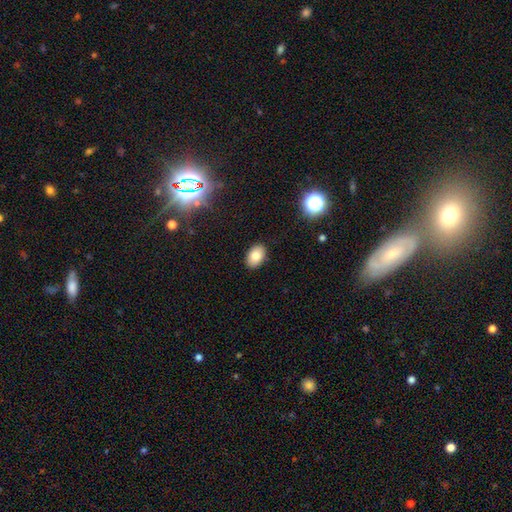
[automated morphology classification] Overall: smooth (81%). How rounded: in between (87%). Merging: none (89%).